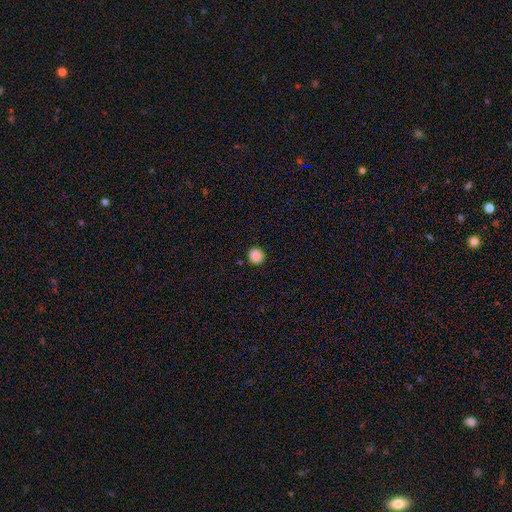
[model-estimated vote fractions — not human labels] smooth 88%, star or artifact 10%, featured or disk 3%. Down the decision tree: how rounded — round (94%); merging — none (91%).